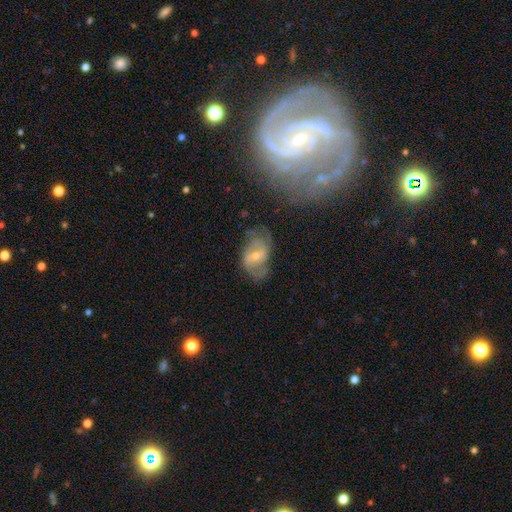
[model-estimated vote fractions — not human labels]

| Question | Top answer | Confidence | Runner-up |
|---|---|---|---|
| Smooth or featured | featured or disk | 68% | smooth (23%) |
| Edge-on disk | no | 96% | yes (4%) |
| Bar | weak | 48% | no (33%) |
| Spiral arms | yes | 82% | no (18%) |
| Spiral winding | medium | 43% | loose (35%) |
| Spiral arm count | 2 | 64% | can't tell (21%) |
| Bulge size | small | 50% | moderate (45%) |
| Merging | none | 58% | minor disturbance (24%) |